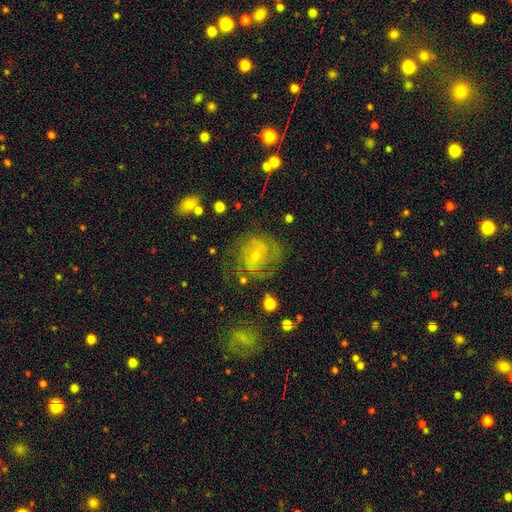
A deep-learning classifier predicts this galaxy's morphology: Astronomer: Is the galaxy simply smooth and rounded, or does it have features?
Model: featured or disk — 73%.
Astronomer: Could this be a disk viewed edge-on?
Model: no — 97%.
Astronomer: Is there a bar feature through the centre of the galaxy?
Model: no — 48% (runner-up: weak, 43%).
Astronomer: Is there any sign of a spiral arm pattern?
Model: yes — 87%.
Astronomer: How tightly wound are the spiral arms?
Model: tight — 50% (runner-up: medium, 38%).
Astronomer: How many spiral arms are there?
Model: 2 — 37% (runner-up: can't tell, 35%).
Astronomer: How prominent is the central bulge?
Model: small — 62%.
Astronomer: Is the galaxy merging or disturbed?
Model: none — 66%.